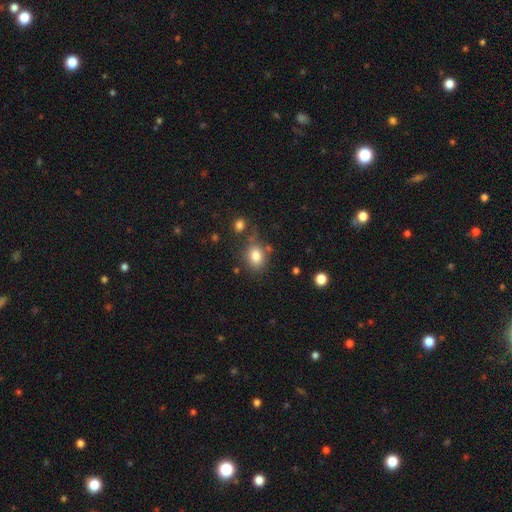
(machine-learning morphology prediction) smooth_or_featured: smooth (p=0.82) [alt: star or artifact p=0.10]
how_rounded: round (p=0.50) [alt: in between p=0.49]
merging: none (p=0.68) [alt: minor disturbance p=0.16]